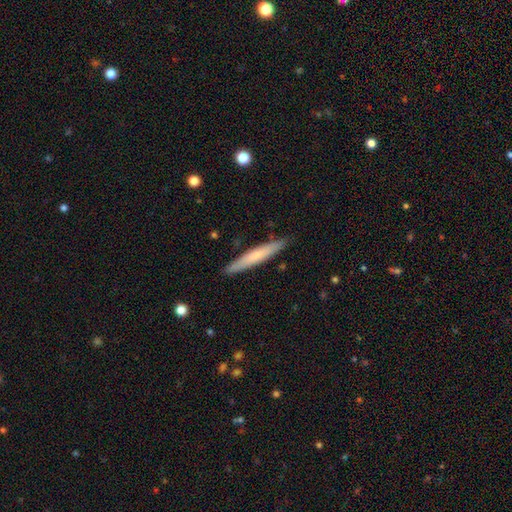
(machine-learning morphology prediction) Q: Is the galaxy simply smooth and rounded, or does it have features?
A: smooth — 65%.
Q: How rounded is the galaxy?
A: cigar-shaped — 95%.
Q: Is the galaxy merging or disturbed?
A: none — 89%.